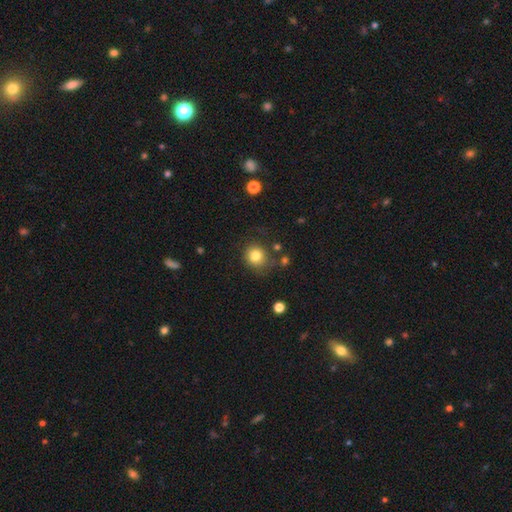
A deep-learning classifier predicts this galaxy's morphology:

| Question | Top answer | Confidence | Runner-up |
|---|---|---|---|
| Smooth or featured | smooth | 81% | star or artifact (11%) |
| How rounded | round | 85% | in between (14%) |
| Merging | none | 74% | minor disturbance (15%) |